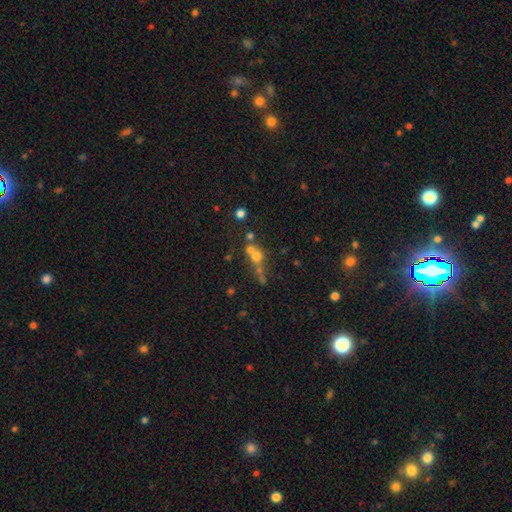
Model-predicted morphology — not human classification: type=smooth (52%); roundness=round (81%); merging=merger (47%).